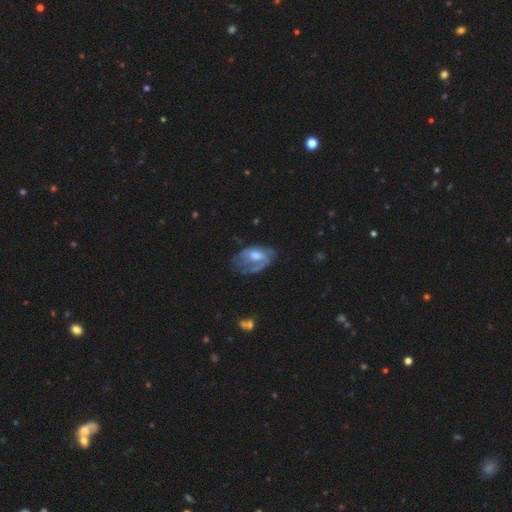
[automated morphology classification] A featured or disk galaxy (63%) with no bar (58%), spiral arms (69%) and a moderate central bulge (55%).

Vote fractions:
- Smooth or featured? featured or disk: 63% / smooth: 29% / star or artifact: 8%
- Edge-on disk? no: 95% / yes: 5%
- Bar? no: 58% / weak: 34% / strong: 8%
- Spiral arms? yes: 69% / no: 31%
- Bulge size? moderate: 55% / large: 20% / small: 16% / none: 7% / dominant: 2%
- Merging? none: 42% / major disturbance: 28% / minor disturbance: 27% / merger: 3%